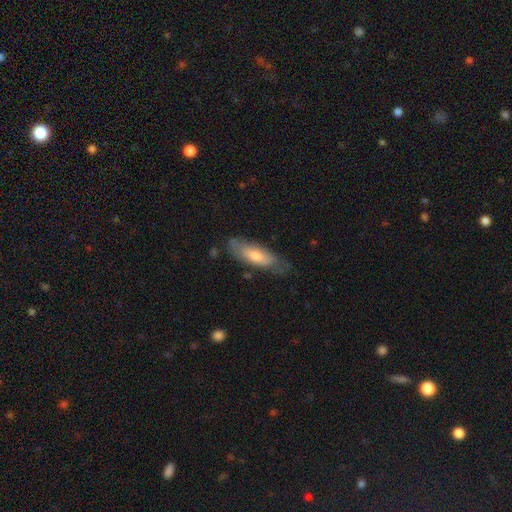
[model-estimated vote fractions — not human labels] Smooth or featured?
  - smooth: 62% *
  - featured or disk: 32%
  - star or artifact: 6%
How rounded?
  - in between: 61% *
  - cigar-shaped: 38%
  - round: 2%
Merging?
  - none: 68% *
  - minor disturbance: 23%
  - major disturbance: 7%
  - merger: 2%